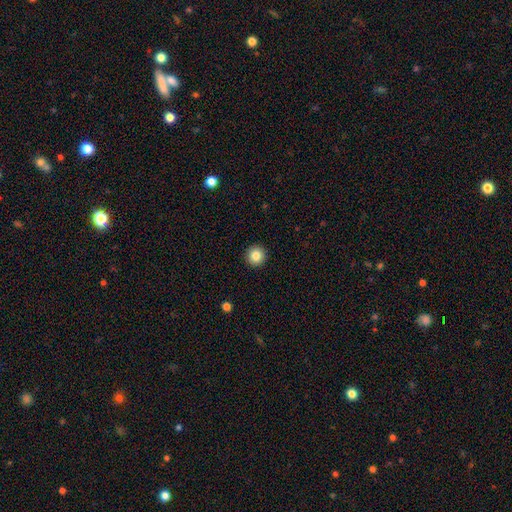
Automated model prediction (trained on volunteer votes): Smooth or featured: smooth — 85% (star or artifact — 10%)
How rounded: round — 96% (in between — 4%)
Merging: none — 93% (minor disturbance — 4%)